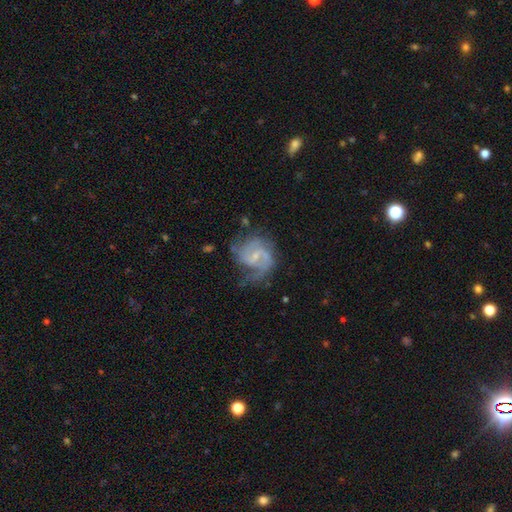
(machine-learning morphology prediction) Smooth or featured? Predicted: featured or disk (p=0.83). Edge-on disk? Predicted: no (p=0.98). Bar? Predicted: weak (p=0.57). Spiral arms? Predicted: yes (p=0.93). Spiral winding? Predicted: medium (p=0.49). Spiral arm count? Predicted: 2 (p=0.57). Bulge size? Predicted: small (p=0.64). Merging? Predicted: none (p=0.51).